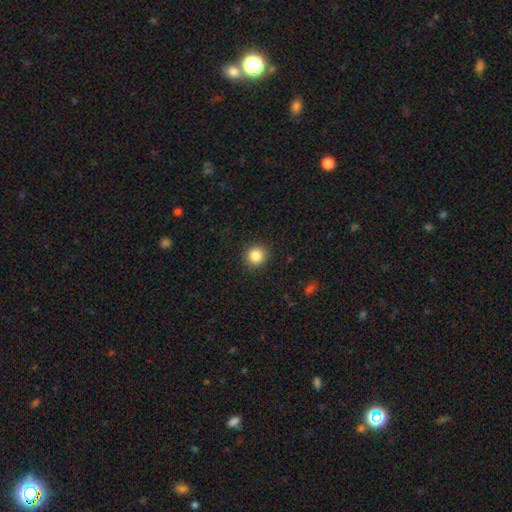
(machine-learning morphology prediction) Overall: smooth (85%). How rounded: round (92%). Merging: none (92%).